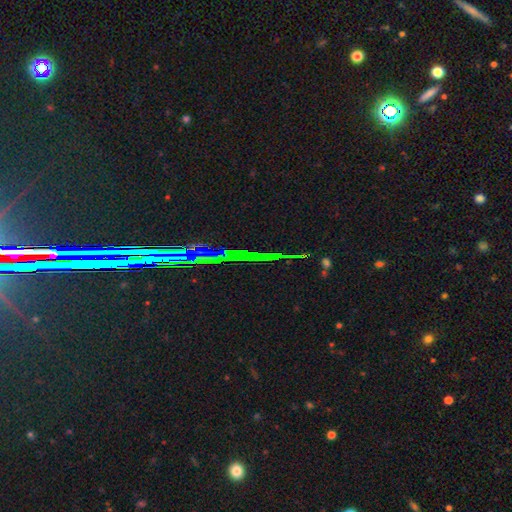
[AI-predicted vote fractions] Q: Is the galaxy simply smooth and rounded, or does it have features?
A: star or artifact — 78%.